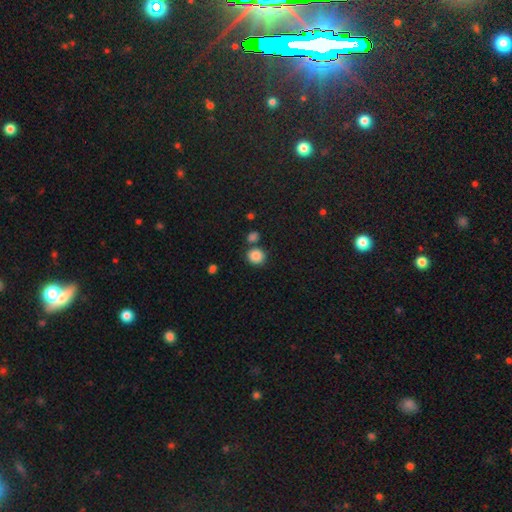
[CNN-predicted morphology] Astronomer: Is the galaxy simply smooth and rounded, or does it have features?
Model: smooth — 86%.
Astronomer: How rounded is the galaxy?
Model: round — 82%.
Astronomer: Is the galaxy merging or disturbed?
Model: none — 71%.